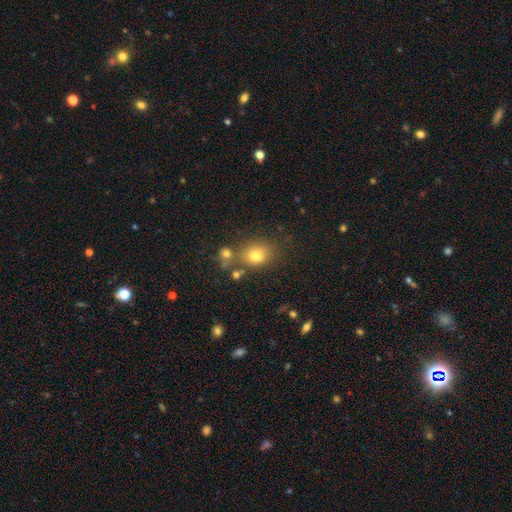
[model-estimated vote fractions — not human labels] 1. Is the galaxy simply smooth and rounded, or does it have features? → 75% smooth, 15% star or artifact, 10% featured or disk.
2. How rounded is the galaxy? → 52% in between, 47% round, 1% cigar-shaped.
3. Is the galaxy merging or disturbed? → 65% none, 16% merger, 14% minor disturbance, 6% major disturbance.